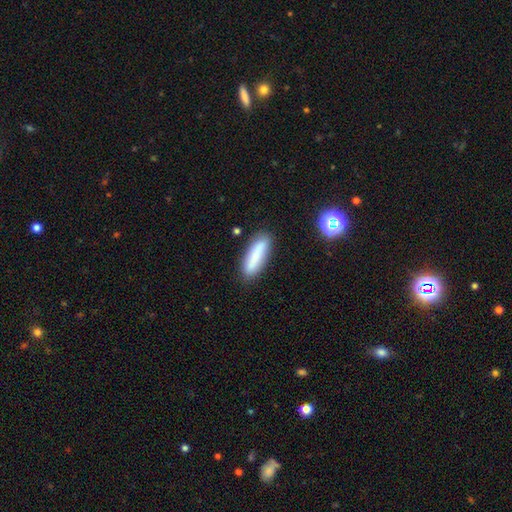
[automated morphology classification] Smooth or featured: smooth — 78% (featured or disk — 14%)
How rounded: cigar-shaped — 63% (in between — 35%)
Merging: none — 84% (minor disturbance — 11%)